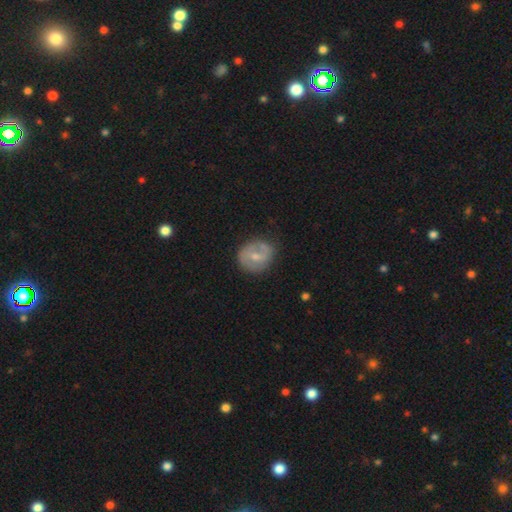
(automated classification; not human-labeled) Overall: featured or disk (51%; smooth 42%). Edge-on disk: no (97%). Merging: none (69%).